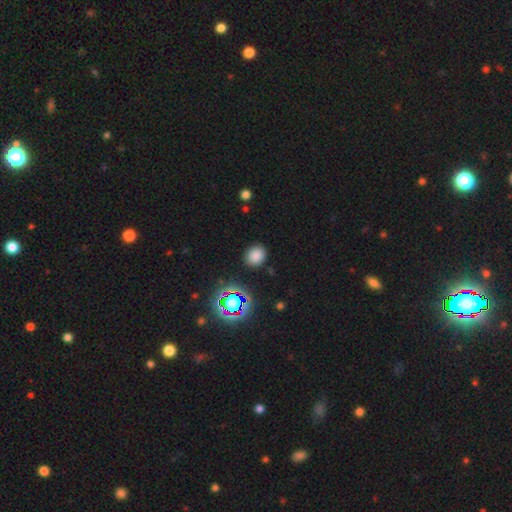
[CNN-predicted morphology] This appears to be a smooth galaxy with no disk features (78%) that is round (68%). Merging: none (87%).